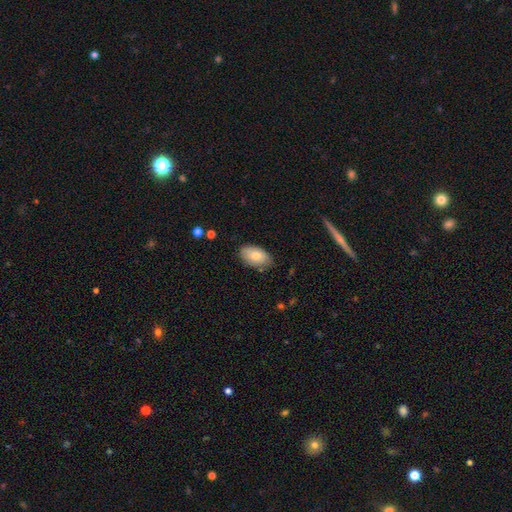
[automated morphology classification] A smooth galaxy with no disk features (78%) that is in between round and cigar-shaped (93%).

Vote fractions:
- Smooth or featured? smooth: 78% / featured or disk: 15% / star or artifact: 7%
- How rounded? in between: 93% / round: 5% / cigar-shaped: 1%
- Merging? none: 81% / minor disturbance: 15% / major disturbance: 3% / merger: 2%